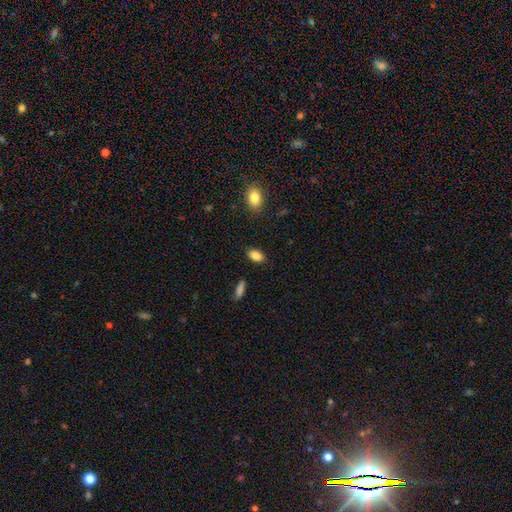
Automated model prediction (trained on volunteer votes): Smooth or featured? Predicted: smooth (p=0.86). How rounded? Predicted: in between (p=0.89). Merging? Predicted: none (p=0.86).